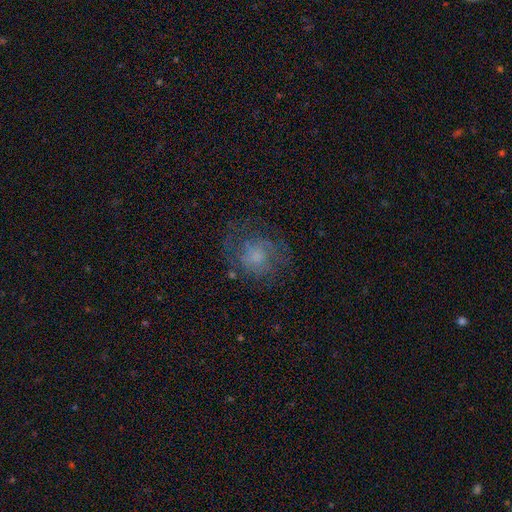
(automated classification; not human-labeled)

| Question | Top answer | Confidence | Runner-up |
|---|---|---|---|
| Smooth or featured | smooth | 44% | tied: featured or disk (44%) |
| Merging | none | 59% | major disturbance (20%) |